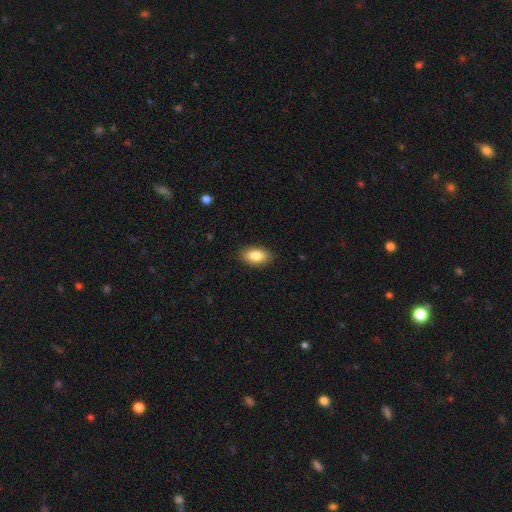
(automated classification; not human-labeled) smooth_or_featured: smooth (p=0.83) [alt: featured or disk p=0.10]
how_rounded: in between (p=0.92) [alt: round p=0.06]
merging: none (p=0.88) [alt: minor disturbance p=0.09]